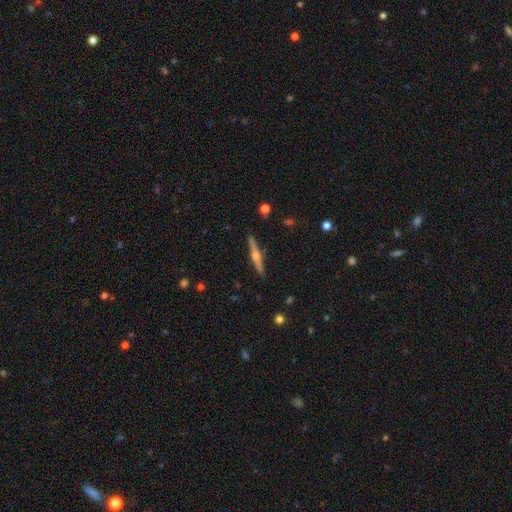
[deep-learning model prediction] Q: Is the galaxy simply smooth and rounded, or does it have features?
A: featured or disk — 77%.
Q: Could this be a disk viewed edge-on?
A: yes — 98%.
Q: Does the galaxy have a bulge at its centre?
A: rounded — 91%.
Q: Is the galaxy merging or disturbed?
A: none — 91%.